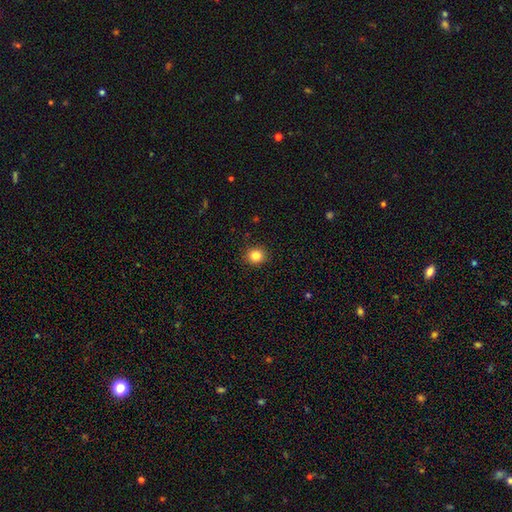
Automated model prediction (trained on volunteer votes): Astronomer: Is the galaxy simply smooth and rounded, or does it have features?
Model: smooth — 84%.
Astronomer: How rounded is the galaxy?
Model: round — 83%.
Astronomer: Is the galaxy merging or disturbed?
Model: none — 91%.